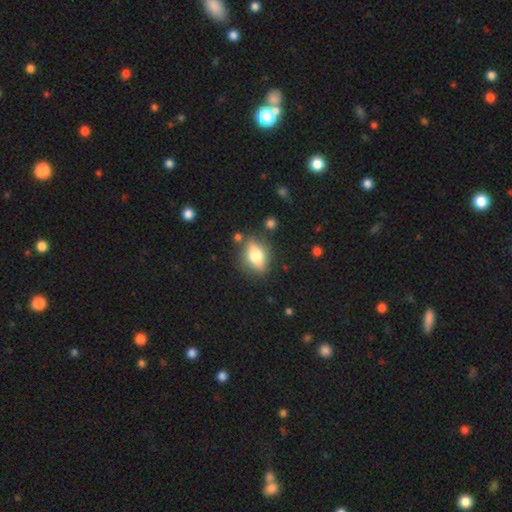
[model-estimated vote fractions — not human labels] Q: Smooth or featured?
A: smooth (64%); runner-up: featured or disk (27%)
Q: How rounded?
A: in between (72%); runner-up: round (21%)
Q: Merging?
A: none (80%); runner-up: minor disturbance (13%)